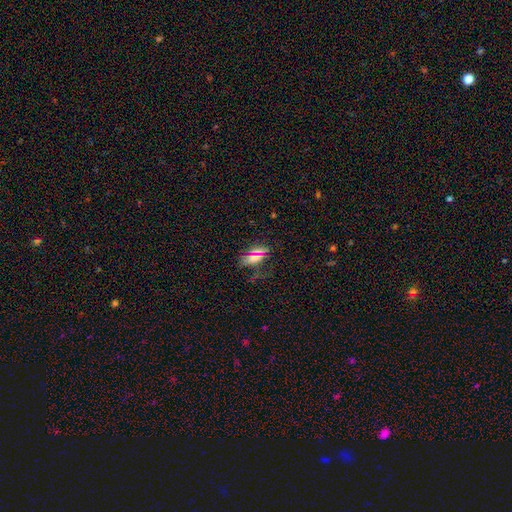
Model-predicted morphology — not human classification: smooth-or-featured: smooth: 62% | star or artifact: 26% | featured or disk: 12%
  how-rounded: in between: 81% | cigar-shaped: 10% | round: 9%
  merging: none: 71% | minor disturbance: 17% | major disturbance: 8% | merger: 3%